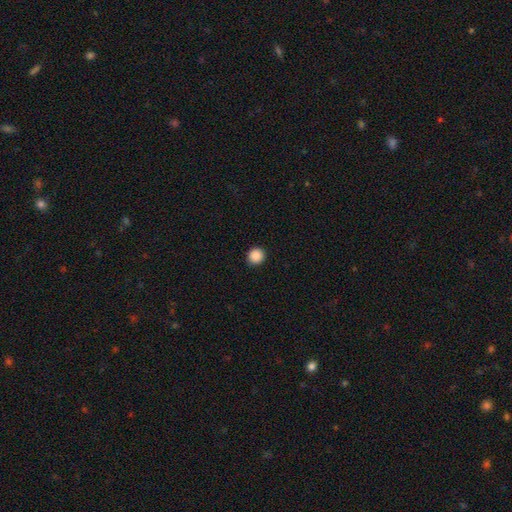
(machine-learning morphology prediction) Smooth or featured? Predicted: smooth (p=0.88). How rounded? Predicted: round (p=0.91). Merging? Predicted: none (p=0.93).